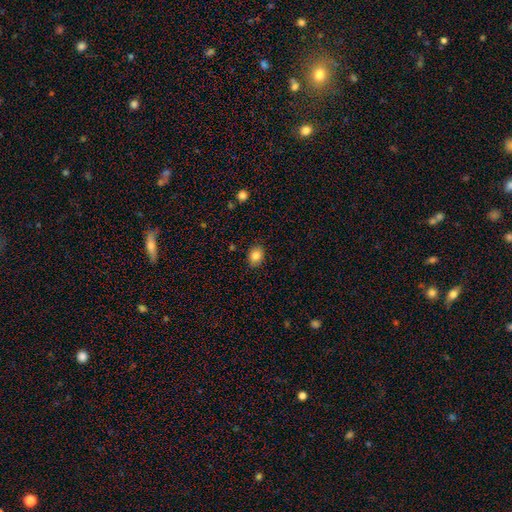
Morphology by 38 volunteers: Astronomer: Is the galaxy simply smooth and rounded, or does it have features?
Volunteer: smooth — 84%.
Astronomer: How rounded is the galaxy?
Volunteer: in between — 59% (runner-up: round, 41%).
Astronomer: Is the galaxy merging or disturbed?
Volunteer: none — 89%.